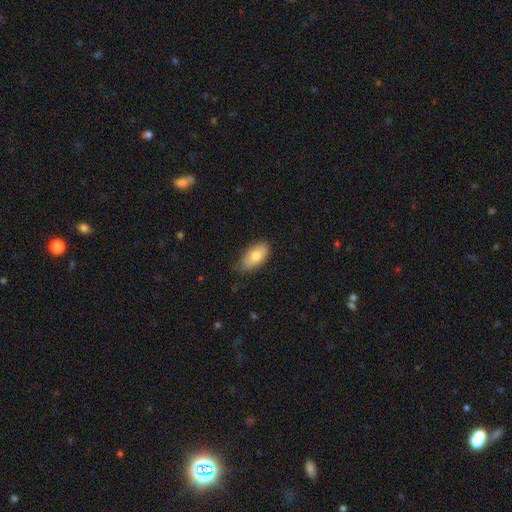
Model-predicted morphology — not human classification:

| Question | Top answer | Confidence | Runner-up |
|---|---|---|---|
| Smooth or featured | smooth | 78% | featured or disk (16%) |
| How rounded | in between | 92% | cigar-shaped (4%) |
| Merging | none | 75% | minor disturbance (21%) |